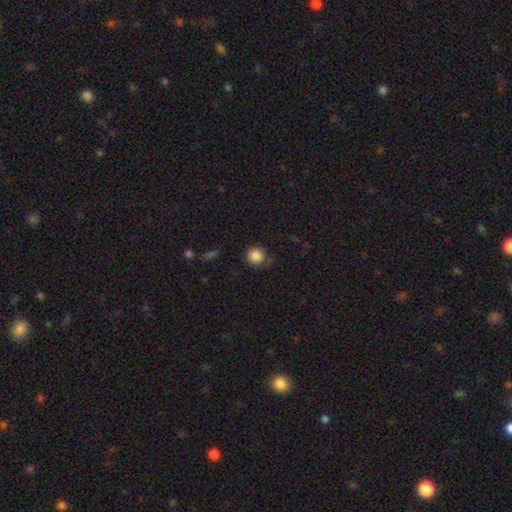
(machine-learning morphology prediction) A smooth galaxy with no disk features (86%) that is round (92%). Merging: none (74%).